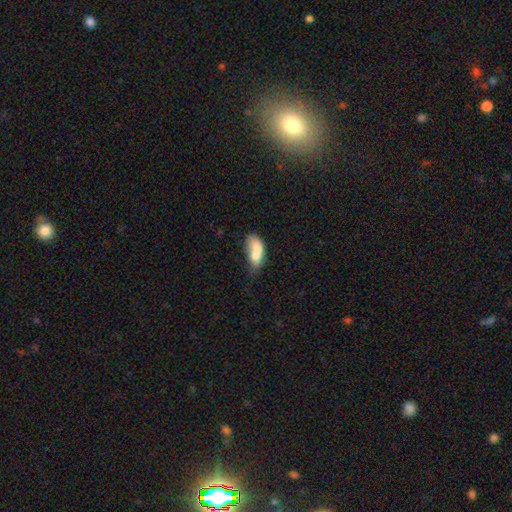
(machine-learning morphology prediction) This appears to be a smooth galaxy with no disk features (70%) that is in between round and cigar-shaped (84%). Merging: merger (37%).